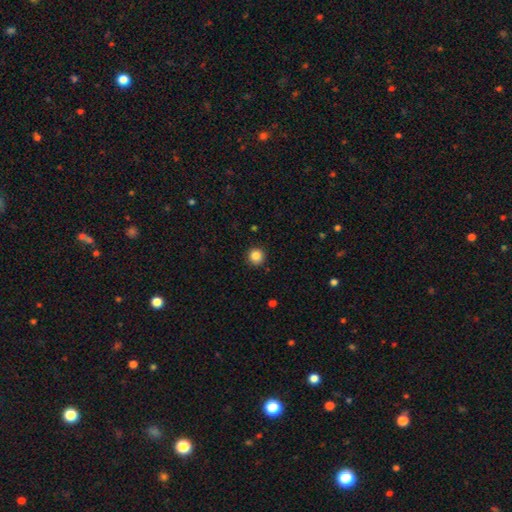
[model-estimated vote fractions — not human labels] Smooth or featured? smooth (86%)
How rounded? round (95%)
Merging? none (91%)